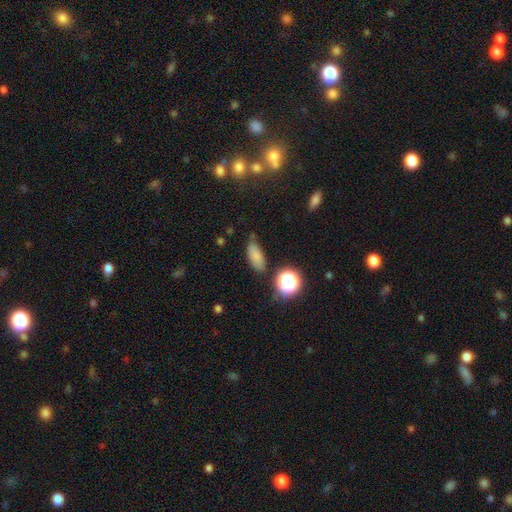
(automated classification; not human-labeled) smooth_or_featured: smooth (p=0.77) [alt: star or artifact p=0.14]
how_rounded: in between (p=0.79) [alt: cigar-shaped p=0.11]
merging: none (p=0.68) [alt: minor disturbance p=0.22]